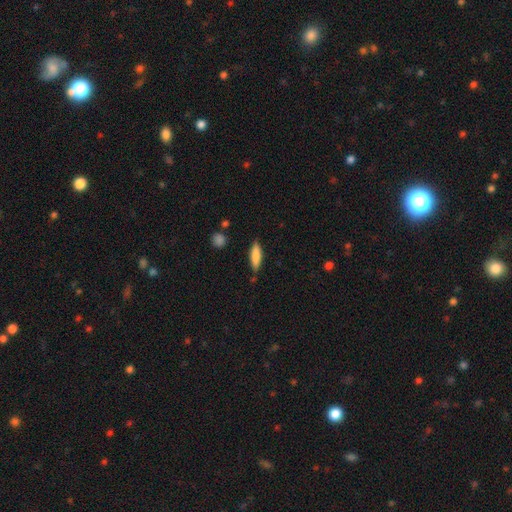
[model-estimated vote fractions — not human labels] smooth 82%, featured or disk 12%, star or artifact 6%. Down the decision tree: how rounded — cigar-shaped (57%); merging — none (82%).